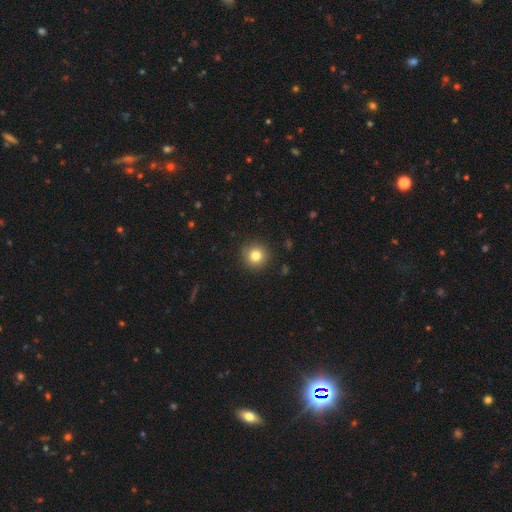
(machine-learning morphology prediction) Smooth or featured? Predicted: smooth (p=0.81). How rounded? Predicted: round (p=0.94). Merging? Predicted: none (p=0.90).